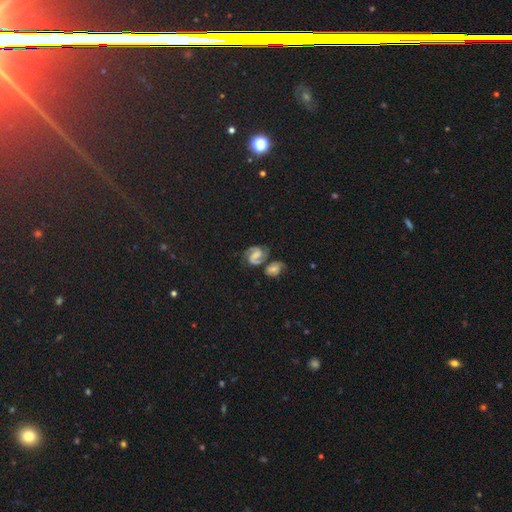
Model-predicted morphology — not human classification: A featured or disk galaxy (74%) with a weak bar (47%), 2 (91%) medium (57%) spiral arms (95%) and a moderate central bulge (35%). Merging: none (51%).